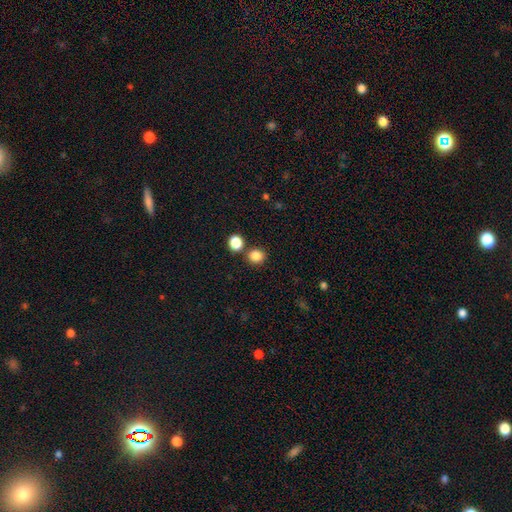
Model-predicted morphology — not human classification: smooth_or_featured: smooth (p=0.85) [alt: star or artifact p=0.11]
how_rounded: round (p=0.85) [alt: in between p=0.15]
merging: none (p=0.78) [alt: merger p=0.12]